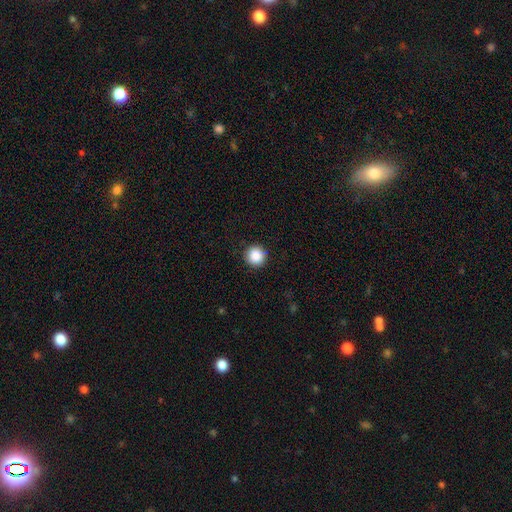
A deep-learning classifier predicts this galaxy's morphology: smooth 87%, star or artifact 9%, featured or disk 3%. Down the decision tree: how rounded — round (95%); merging — none (91%).